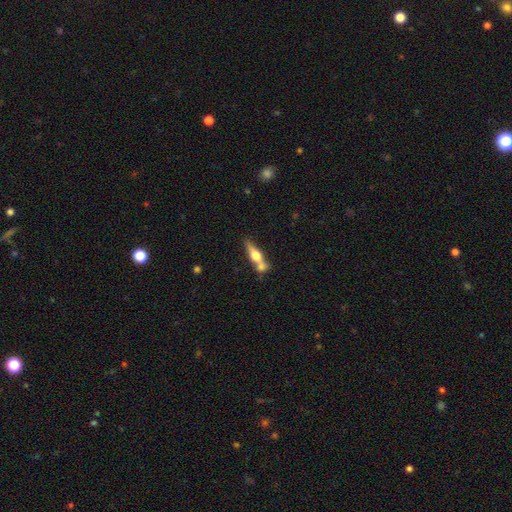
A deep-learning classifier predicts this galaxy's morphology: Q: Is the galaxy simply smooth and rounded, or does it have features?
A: featured or disk — 52%.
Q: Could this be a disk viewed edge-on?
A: yes — 86%.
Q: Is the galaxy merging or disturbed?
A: none — 43%.